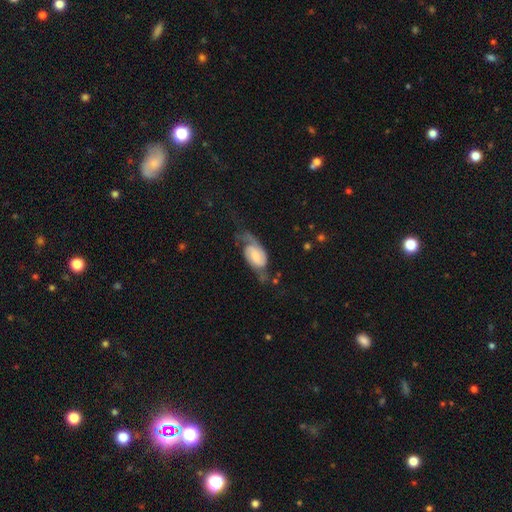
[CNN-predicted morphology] This is likely a featured or disk galaxy (72%). It is clearly not viewed edge-on (96%). Bar: marginally no (45%). Spiral arm pattern: clearly yes (92%). Spiral arm count: clearly 2 (81%). Spiral winding: marginally medium (42%). Central bulge: marginally small (33%). Merging: marginally none (40%).